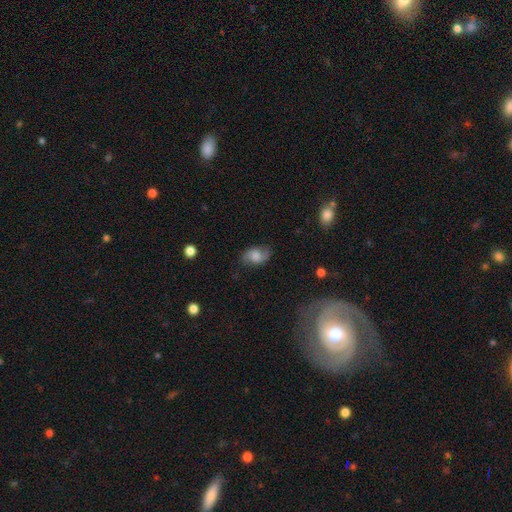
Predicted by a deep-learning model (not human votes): Overall: smooth (65%; featured or disk 26%). How rounded: in between (85%). Merging: none (73%).